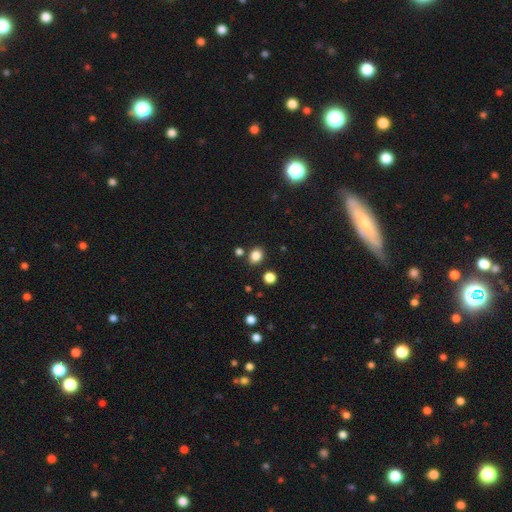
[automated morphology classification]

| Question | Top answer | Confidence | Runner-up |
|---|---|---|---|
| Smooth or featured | smooth | 84% | star or artifact (12%) |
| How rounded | round | 55% | in between (44%) |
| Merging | none | 81% | minor disturbance (9%) |